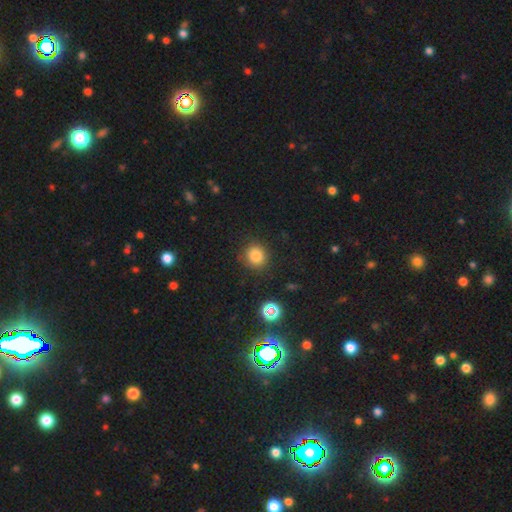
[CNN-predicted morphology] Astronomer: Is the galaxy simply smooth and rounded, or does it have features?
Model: smooth — 79%.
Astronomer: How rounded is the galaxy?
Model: round — 85%.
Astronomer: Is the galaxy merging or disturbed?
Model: none — 84%.